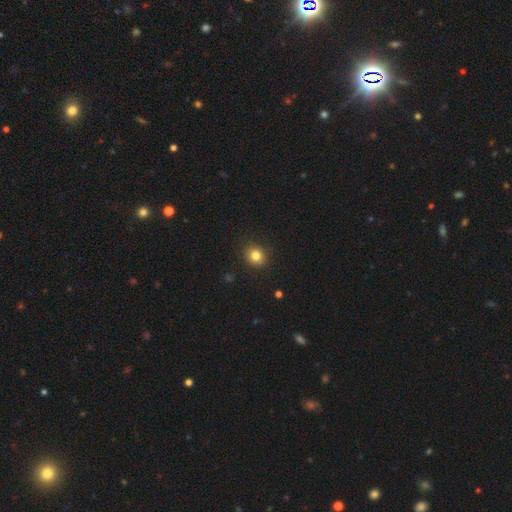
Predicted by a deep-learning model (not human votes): smooth 82%, star or artifact 12%, featured or disk 6%. Down the decision tree: how rounded — round (78%); merging — none (89%).